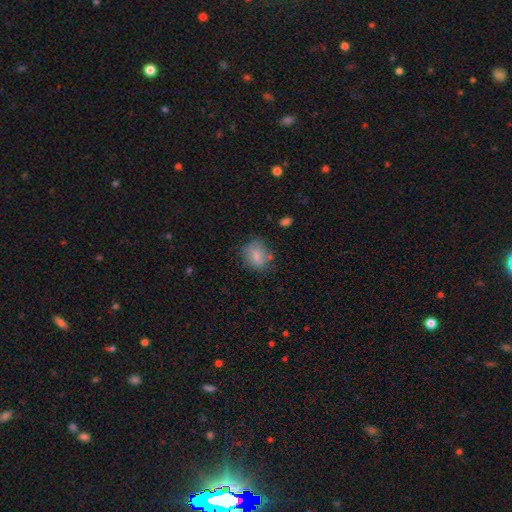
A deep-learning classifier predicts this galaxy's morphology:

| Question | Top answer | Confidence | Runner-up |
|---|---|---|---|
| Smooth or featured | smooth | 75% | featured or disk (15%) |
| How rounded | round | 54% | in between (45%) |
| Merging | none | 68% | minor disturbance (22%) |